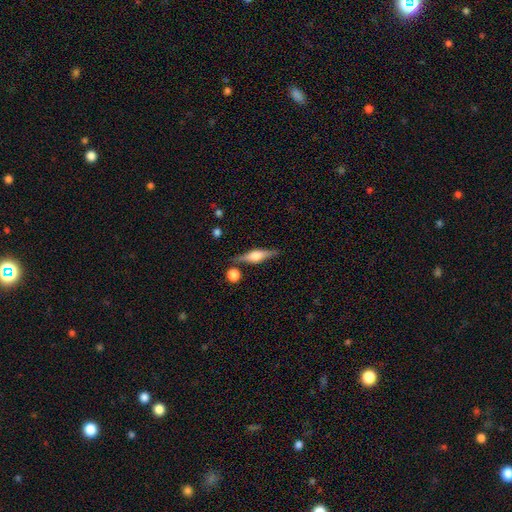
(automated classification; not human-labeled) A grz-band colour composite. It shows a featured or disk galaxy (71%) viewed edge-on (97%) with a rounded central bulge (85%). Merging: none (80%).